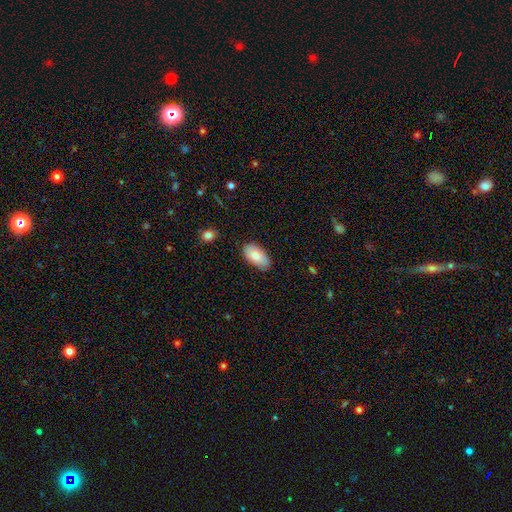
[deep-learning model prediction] Smooth or featured? smooth (83%)
How rounded? in between (94%)
Merging? none (79%)